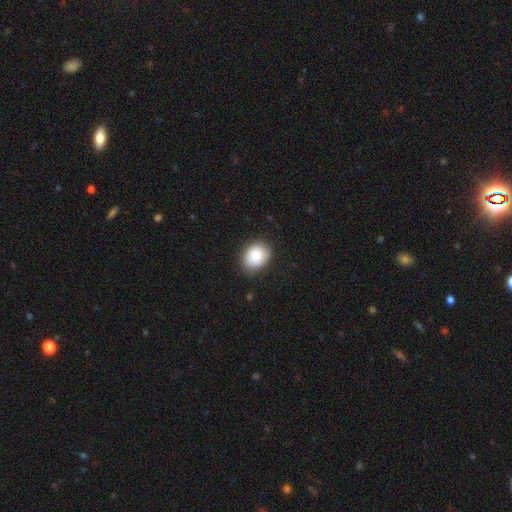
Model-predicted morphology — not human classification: Overall: smooth (85%). How rounded: in between (55%; round 44%). Merging: none (82%).